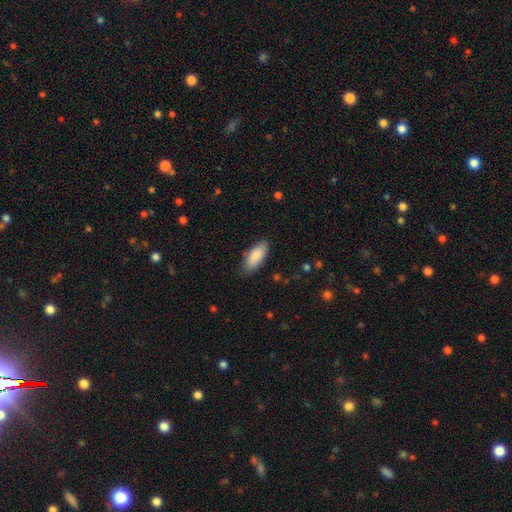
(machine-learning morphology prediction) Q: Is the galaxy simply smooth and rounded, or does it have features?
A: smooth — 86%.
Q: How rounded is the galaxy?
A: in between — 82%.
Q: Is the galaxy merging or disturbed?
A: none — 82%.